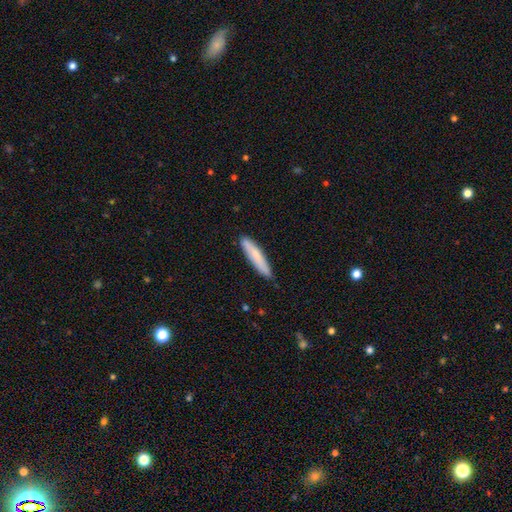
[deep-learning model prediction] smooth_or_featured: smooth (p=0.74) [alt: featured or disk p=0.21]
how_rounded: cigar-shaped (p=0.89) [alt: in between p=0.10]
merging: none (p=0.86) [alt: minor disturbance p=0.11]